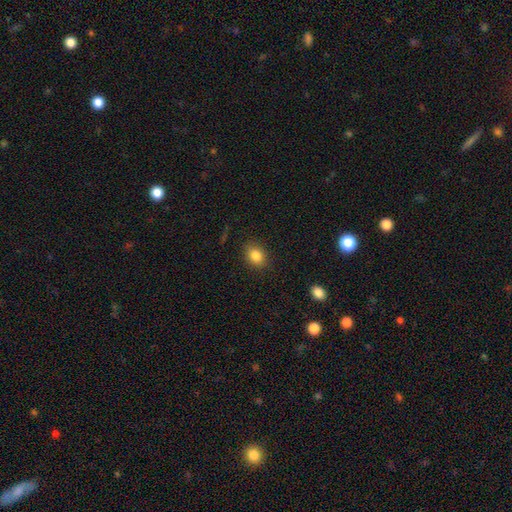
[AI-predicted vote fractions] The model was most divided on "how rounded": in between: 56%, round: 43%, cigar-shaped: 1%. More confident: merging — none (87%); smooth or featured — smooth (84%).